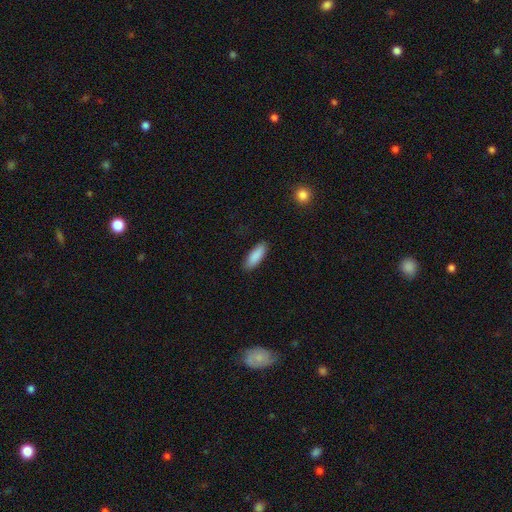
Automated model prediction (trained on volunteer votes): This is clearly a smooth galaxy (89%). How rounded: possibly in between (58%). Merging: clearly none (89%).